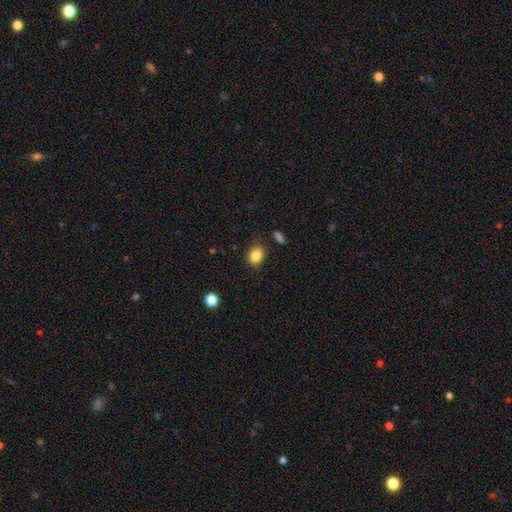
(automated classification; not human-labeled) smooth 85%, star or artifact 10%, featured or disk 5%. Down the decision tree: how rounded — round (53%); merging — none (83%).